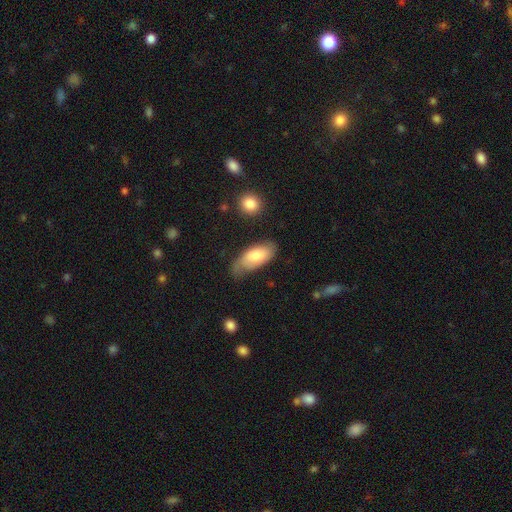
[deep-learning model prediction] Morphology: type=smooth (68%); roundness=in between (88%); merging=none (52%).